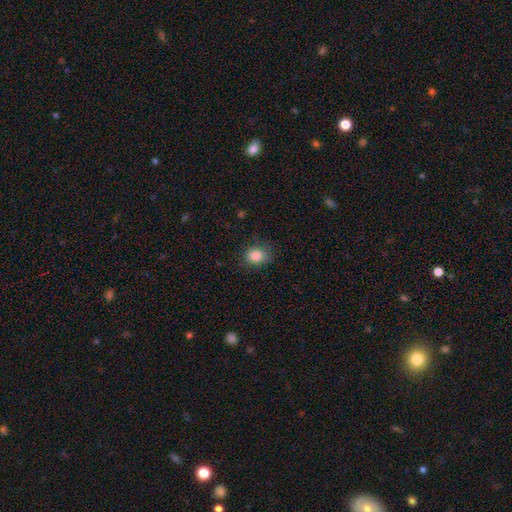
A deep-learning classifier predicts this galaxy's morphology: Smooth or featured? smooth (85%)
How rounded? in between (52%)
Merging? none (81%)